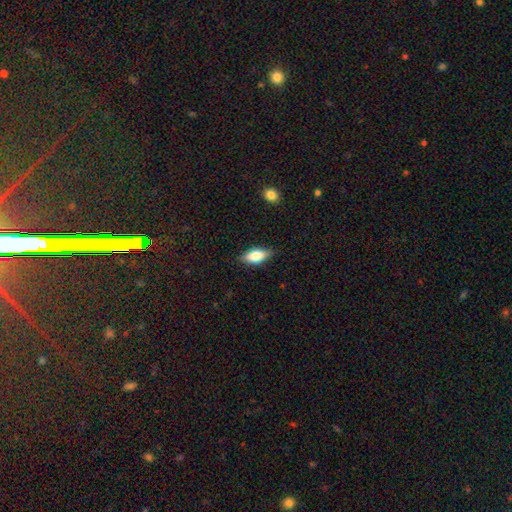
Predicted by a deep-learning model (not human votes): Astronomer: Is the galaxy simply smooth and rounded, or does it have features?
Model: smooth — 74%.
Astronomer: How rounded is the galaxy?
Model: in between — 84%.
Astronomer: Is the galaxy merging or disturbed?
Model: none — 82%.